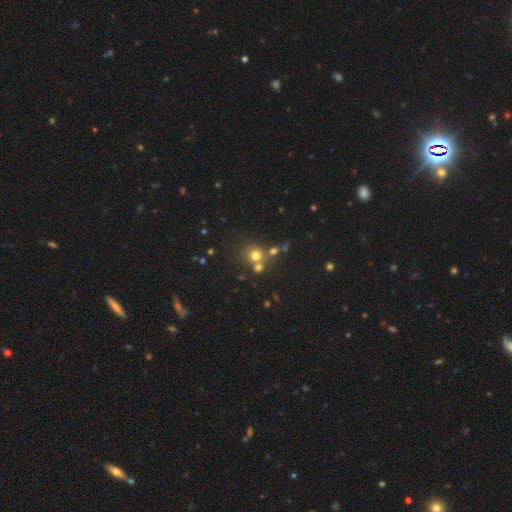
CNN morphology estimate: smooth-or-featured: smooth: 70% | star or artifact: 19% | featured or disk: 11%
  how-rounded: round: 87% | in between: 12% | cigar-shaped: 1%
  merging: none: 56% | merger: 32% | minor disturbance: 8% | major disturbance: 4%